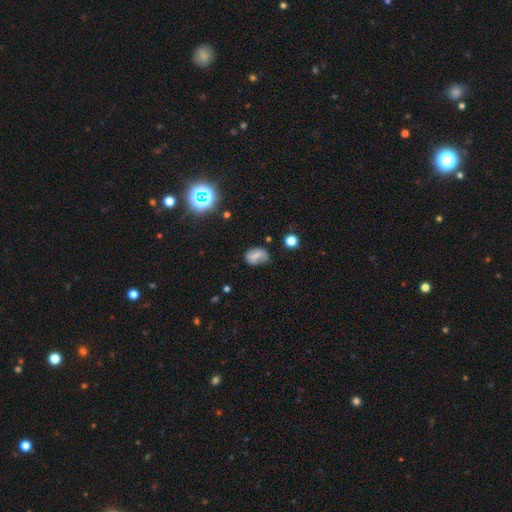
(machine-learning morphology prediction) This appears to be a smooth galaxy with no disk features (64%) that is in between round and cigar-shaped (74%). Merging: none (53%).